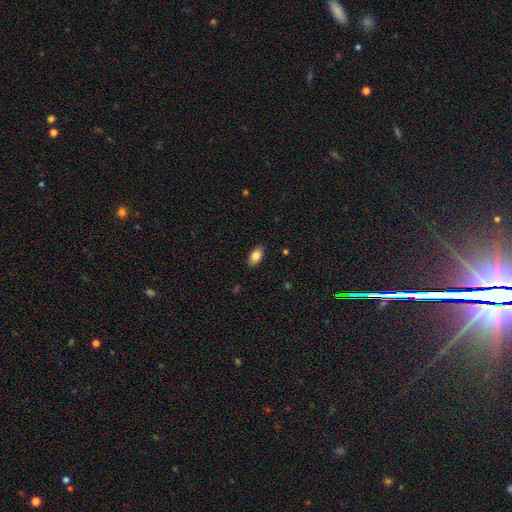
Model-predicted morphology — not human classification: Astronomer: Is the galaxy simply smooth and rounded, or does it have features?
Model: smooth — 84%.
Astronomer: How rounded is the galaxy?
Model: in between — 93%.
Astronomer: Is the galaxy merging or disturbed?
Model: none — 88%.